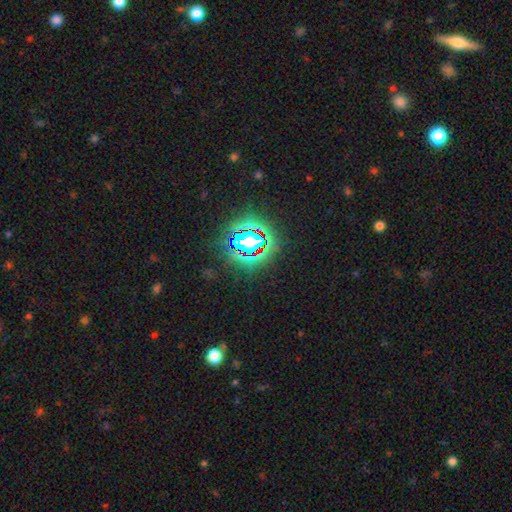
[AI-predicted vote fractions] Smooth or featured?
  - star or artifact: 76% *
  - smooth: 14%
  - featured or disk: 10%